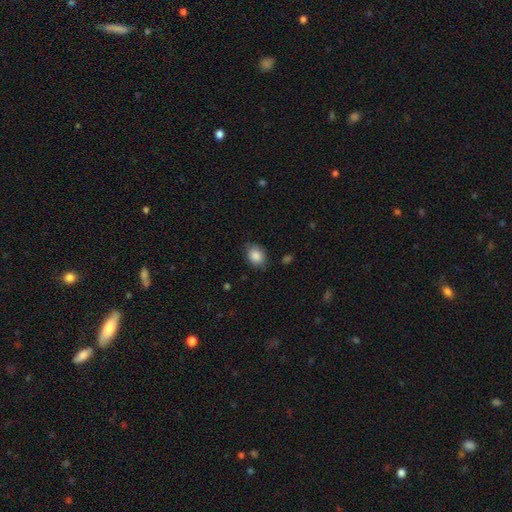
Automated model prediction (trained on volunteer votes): A smooth galaxy with no disk features (87%) that is in between round and cigar-shaped (61%).

Vote fractions:
- Smooth or featured? smooth: 87% / star or artifact: 8% / featured or disk: 6%
- How rounded? in between: 61% / round: 38% / cigar-shaped: 1%
- Merging? none: 79% / minor disturbance: 16% / major disturbance: 3% / merger: 1%